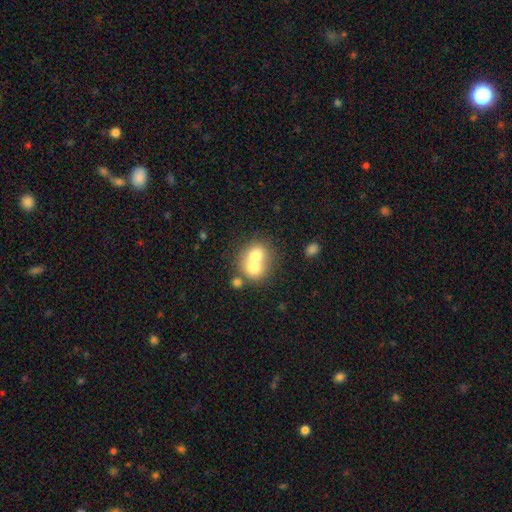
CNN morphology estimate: smooth_or_featured: smooth (p=0.69) [alt: featured or disk p=0.22]
how_rounded: round (p=0.68) [alt: in between p=0.31]
merging: merger (p=0.70) [alt: none p=0.22]